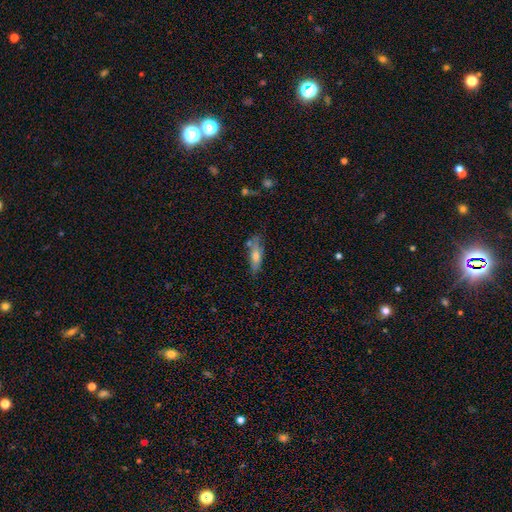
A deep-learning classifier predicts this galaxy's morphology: This is possibly a smooth galaxy (54%). How rounded: possibly cigar-shaped (56%). Merging: likely none (69%).